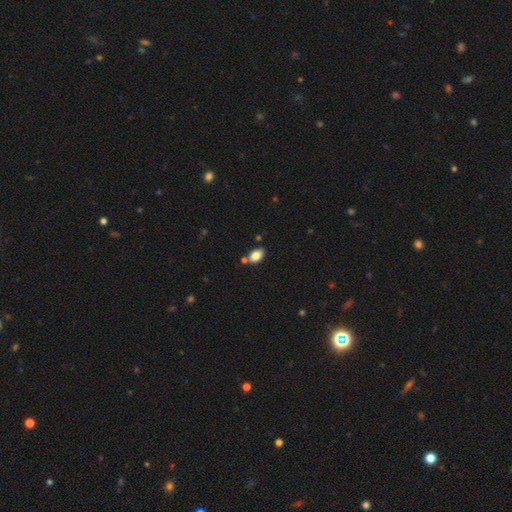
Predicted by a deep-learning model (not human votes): A smooth galaxy with no disk features (81%) that is in between round and cigar-shaped (90%).

Vote fractions:
- Smooth or featured? smooth: 81% / featured or disk: 10% / star or artifact: 9%
- How rounded? in between: 90% / round: 8% / cigar-shaped: 2%
- Merging? none: 73% / minor disturbance: 14% / merger: 10% / major disturbance: 3%